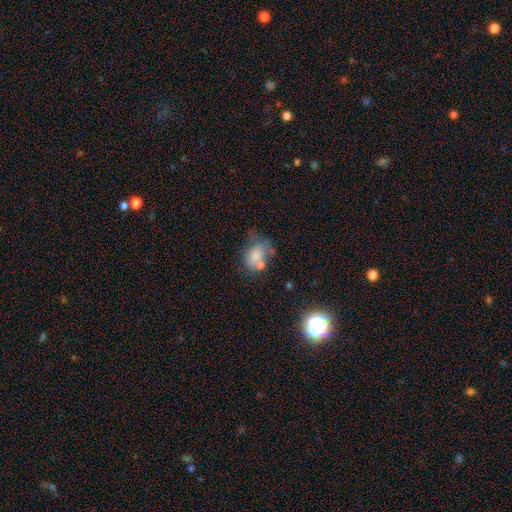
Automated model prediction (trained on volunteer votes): Overall: smooth (67%). How rounded: in between (74%). Merging: none (30%; merger 24%).